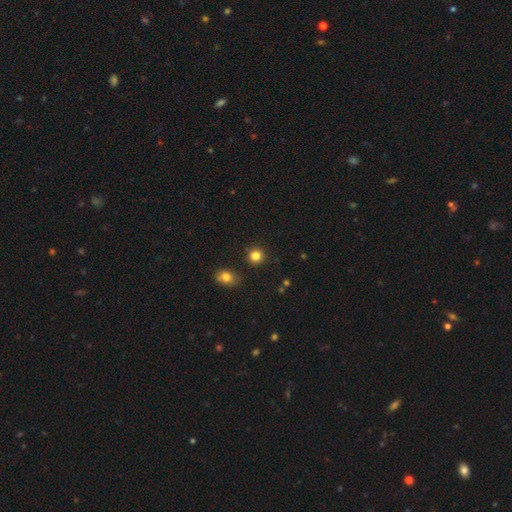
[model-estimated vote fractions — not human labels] Smooth or featured: smooth — 83% (star or artifact — 12%)
How rounded: round — 90% (in between — 9%)
Merging: none — 89% (minor disturbance — 6%)